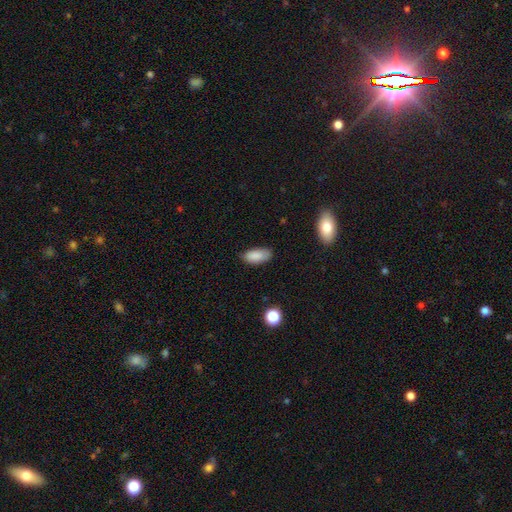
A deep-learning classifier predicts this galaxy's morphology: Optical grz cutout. It shows a smooth galaxy with no disk features (88%) that is in between round and cigar-shaped (90%). Merging: none (79%).